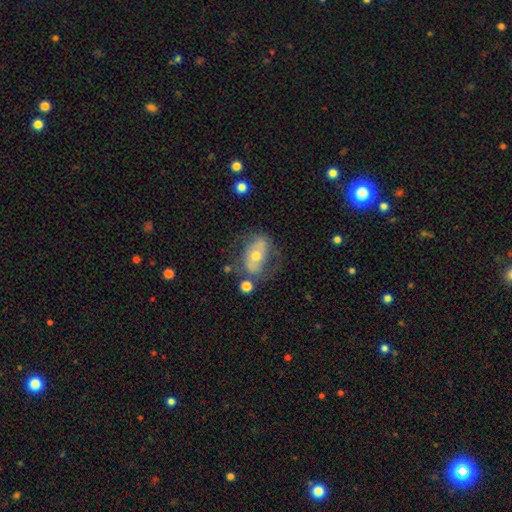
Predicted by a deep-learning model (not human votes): This is possibly a featured or disk galaxy (55%). It is clearly not viewed edge-on (91%). Bar: possibly no (54%). Spiral arm pattern: possibly no (53%). Central bulge: likely moderate (63%). Merging: possibly none (54%).